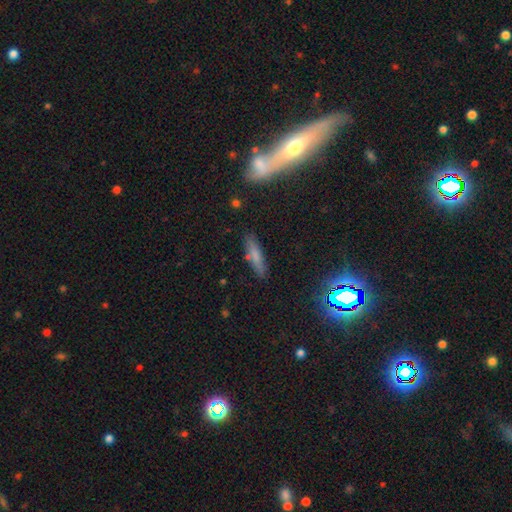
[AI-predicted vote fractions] smooth_or_featured: smooth (p=0.68) [alt: featured or disk p=0.19]
how_rounded: cigar-shaped (p=0.73) [alt: in between p=0.25]
merging: none (p=0.82) [alt: minor disturbance p=0.12]